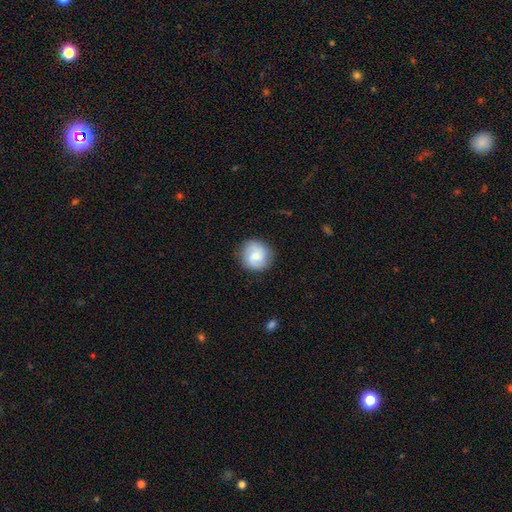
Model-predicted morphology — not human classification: Smooth or featured? smooth (70%)
How rounded? round (91%)
Merging? none (86%)